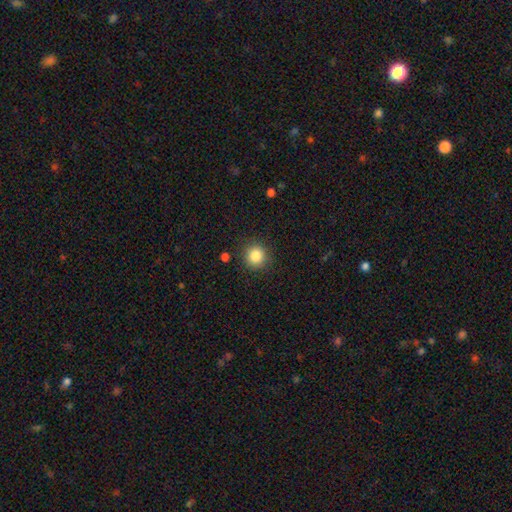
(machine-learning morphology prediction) Smooth or featured?
  - smooth: 85% *
  - star or artifact: 11%
  - featured or disk: 5%
How rounded?
  - round: 93% *
  - in between: 6%
  - cigar-shaped: 1%
Merging?
  - none: 89% *
  - minor disturbance: 7%
  - major disturbance: 2%
  - merger: 2%